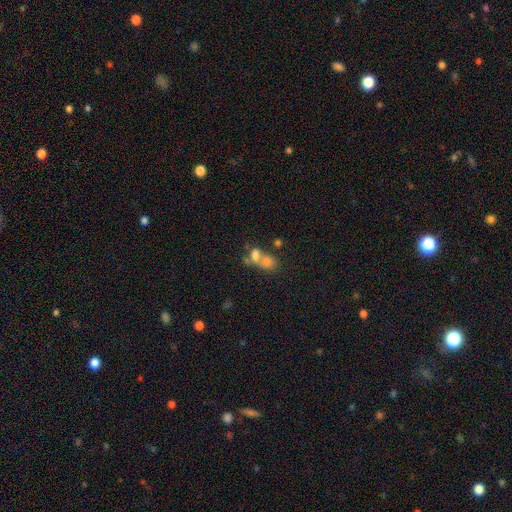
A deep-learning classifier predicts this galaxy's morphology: Overall: smooth (71%). How rounded: in between (65%; round 32%). Merging: merger (66%).